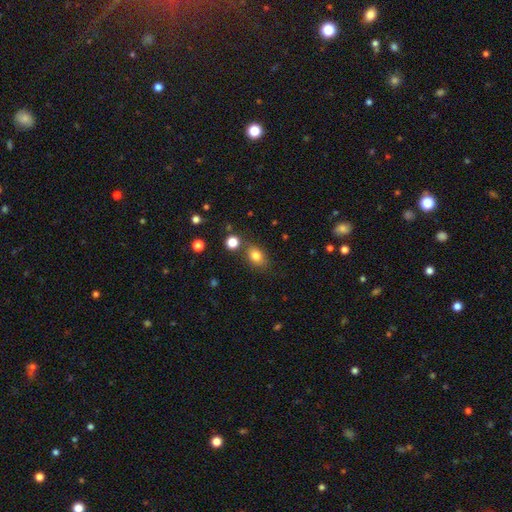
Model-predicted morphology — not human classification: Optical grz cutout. It shows a smooth galaxy with no disk features (79%) that is in between round and cigar-shaped (68%). Merging: none (74%).